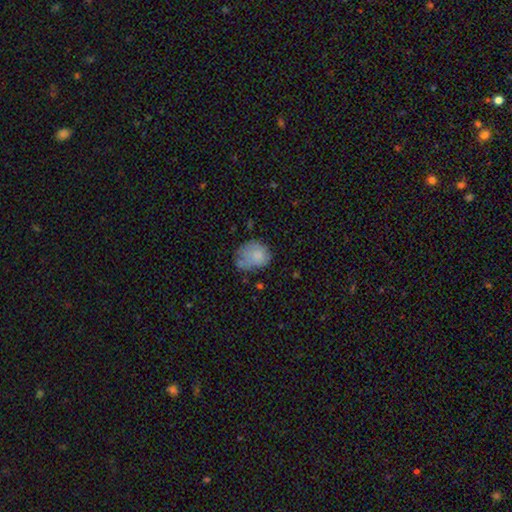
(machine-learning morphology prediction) Smooth or featured?
  - smooth: 71% *
  - featured or disk: 20%
  - star or artifact: 8%
How rounded?
  - round: 50% *
  - in between: 49%
  - cigar-shaped: 1%
Merging?
  - none: 44% *
  - minor disturbance: 33%
  - major disturbance: 17%
  - merger: 7%